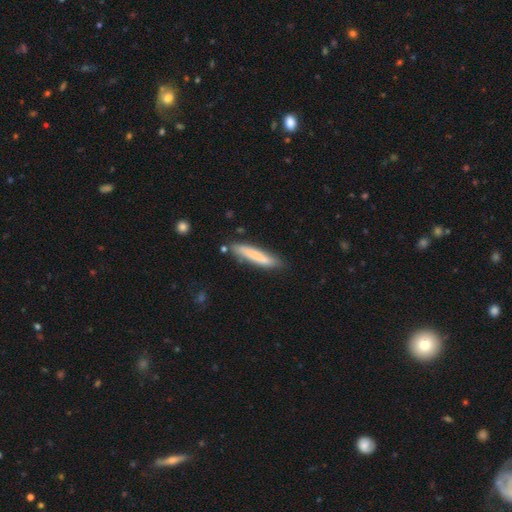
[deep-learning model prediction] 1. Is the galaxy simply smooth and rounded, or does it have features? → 76% smooth, 18% featured or disk, 6% star or artifact.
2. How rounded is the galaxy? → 90% cigar-shaped, 9% in between, 1% round.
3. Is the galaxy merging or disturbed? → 79% none, 15% minor disturbance, 3% merger, 3% major disturbance.